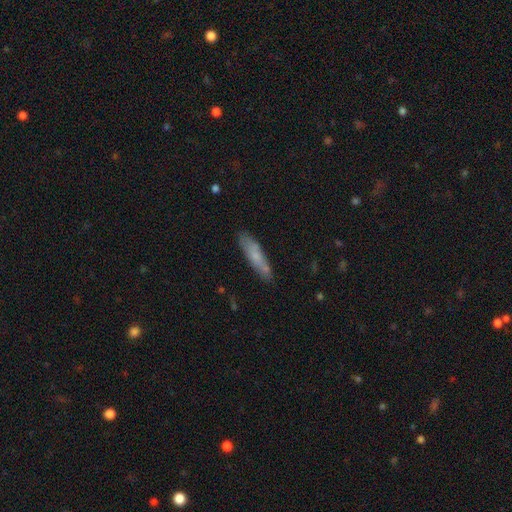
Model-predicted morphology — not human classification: smooth-or-featured: smooth: 67% | featured or disk: 26% | star or artifact: 6%
  how-rounded: cigar-shaped: 80% | in between: 18% | round: 2%
  merging: none: 78% | minor disturbance: 15% | major disturbance: 3% | merger: 3%